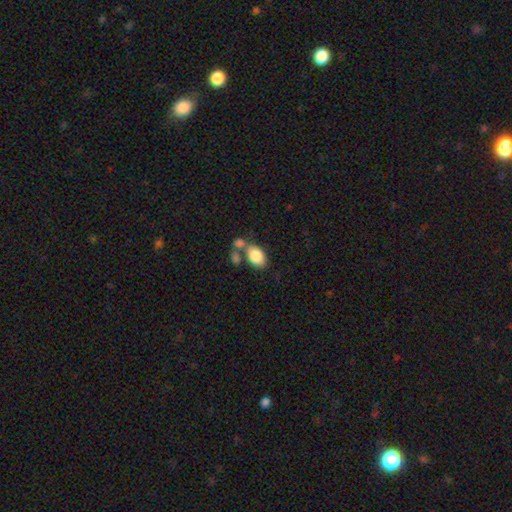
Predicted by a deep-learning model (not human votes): The model was most divided on "merging": none: 43%, merger: 38%, minor disturbance: 13%, major disturbance: 6%. More confident: how rounded — in between (86%); smooth or featured — smooth (83%).